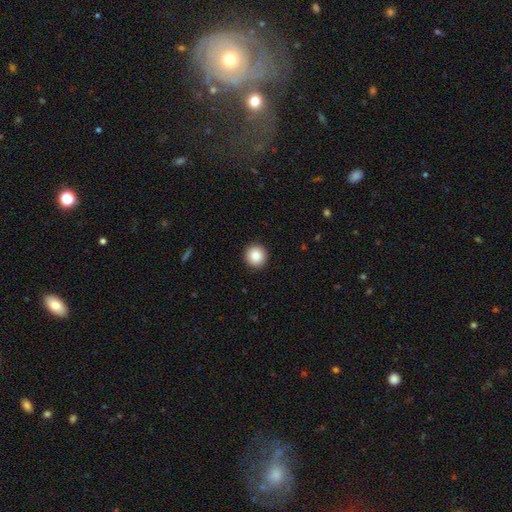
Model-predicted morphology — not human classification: type=smooth (86%); roundness=round (95%); merging=none (93%).